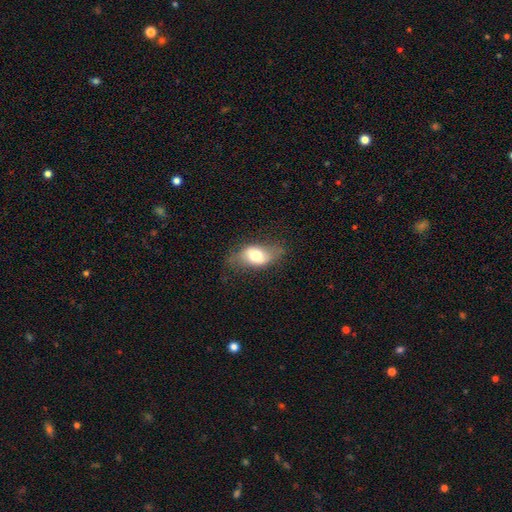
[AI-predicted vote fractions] This appears to be a smooth galaxy with no disk features (60%) that is in between round and cigar-shaped (84%). Merging: none (62%).